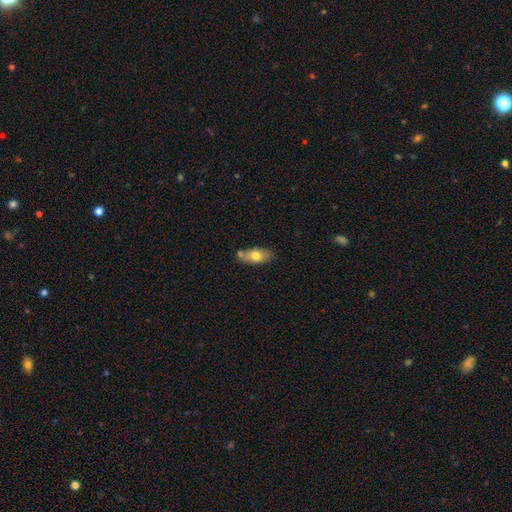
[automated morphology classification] The model was most divided on "merging": none: 66%, minor disturbance: 17%, merger: 14%, major disturbance: 3%. More confident: how rounded — in between (86%); smooth or featured — smooth (72%).